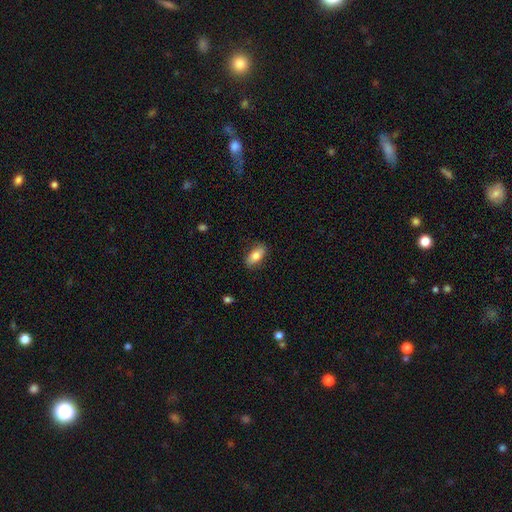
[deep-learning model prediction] smooth 80%, featured or disk 14%, star or artifact 7%. Down the decision tree: how rounded — in between (90%); merging — none (83%).